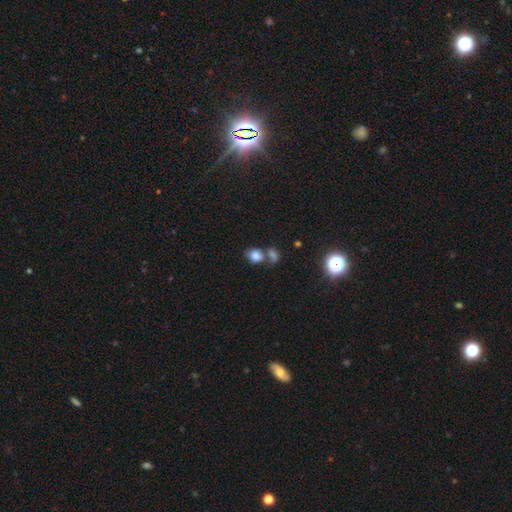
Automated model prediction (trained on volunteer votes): This is likely a smooth galaxy (80%). How rounded: possibly round (58%). Merging: marginally merger (44%).